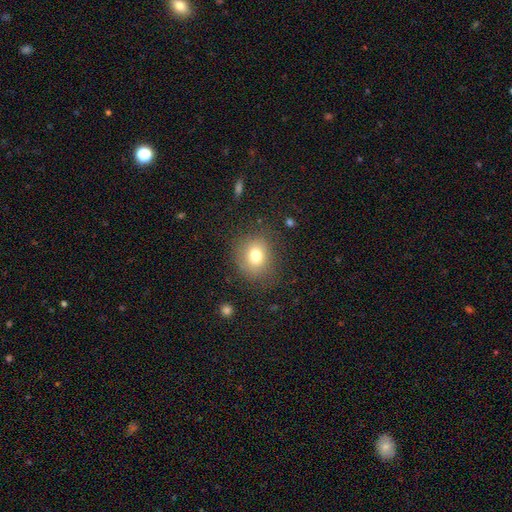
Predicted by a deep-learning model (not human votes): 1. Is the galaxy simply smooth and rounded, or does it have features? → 75% smooth, 13% star or artifact, 12% featured or disk.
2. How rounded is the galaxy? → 69% round, 31% in between, 1% cigar-shaped.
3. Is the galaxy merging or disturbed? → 79% none, 13% minor disturbance, 6% major disturbance, 2% merger.